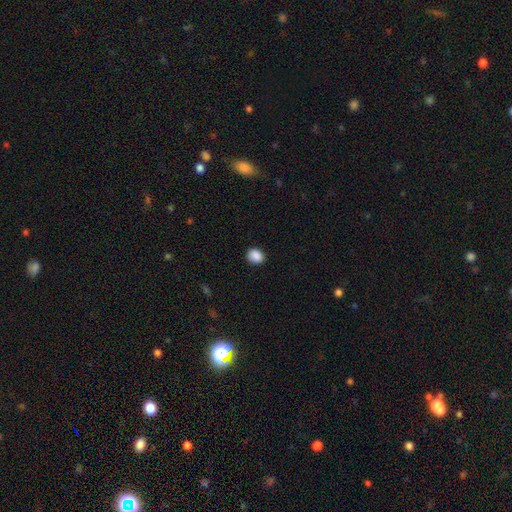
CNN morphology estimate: Smooth or featured? Predicted: smooth (p=0.89). How rounded? Predicted: round (p=0.60). Merging? Predicted: none (p=0.86).